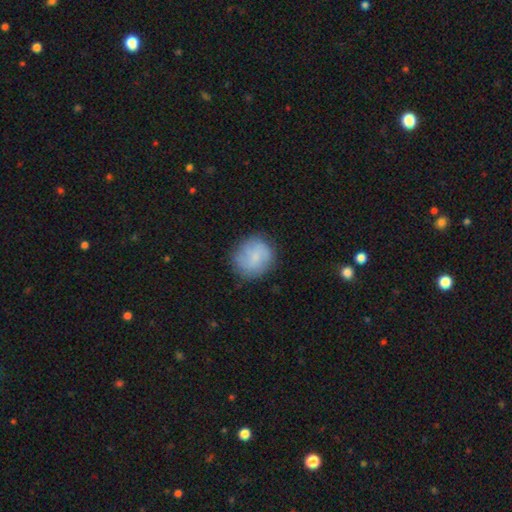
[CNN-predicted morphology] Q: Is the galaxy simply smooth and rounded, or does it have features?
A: smooth — 64%.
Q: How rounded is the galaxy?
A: round — 82%.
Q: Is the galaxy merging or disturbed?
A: none — 77%.